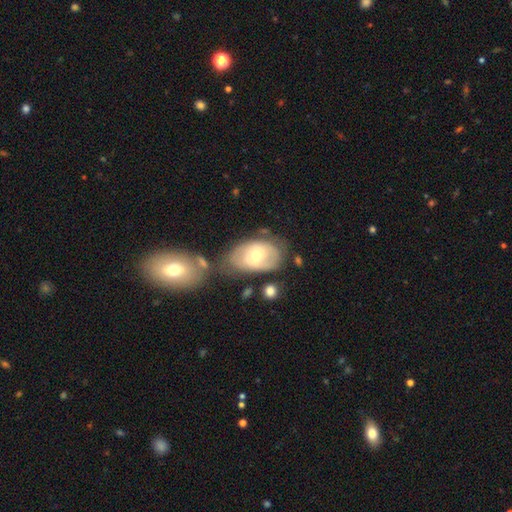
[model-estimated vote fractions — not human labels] Morphology: type=featured or disk (48%); merging=none (50%).